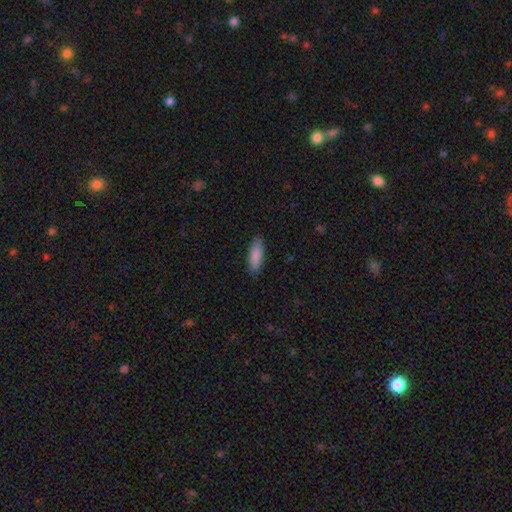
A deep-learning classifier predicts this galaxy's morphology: Smooth or featured? Predicted: smooth (p=0.89). How rounded? Predicted: in between (p=0.64). Merging? Predicted: none (p=0.88).